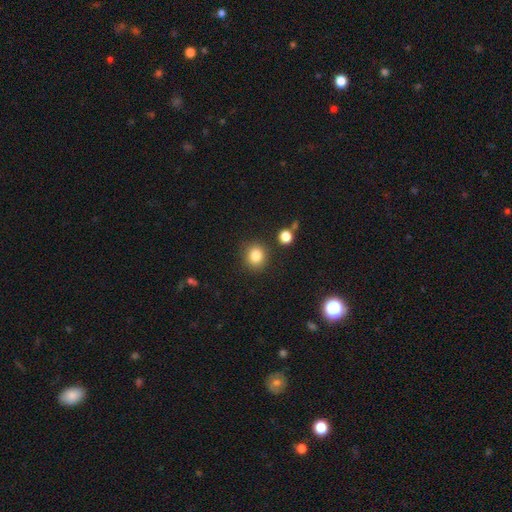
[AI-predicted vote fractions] Q: Smooth or featured?
A: smooth (84%); runner-up: star or artifact (11%)
Q: How rounded?
A: round (82%); runner-up: in between (17%)
Q: Merging?
A: none (85%); runner-up: minor disturbance (8%)